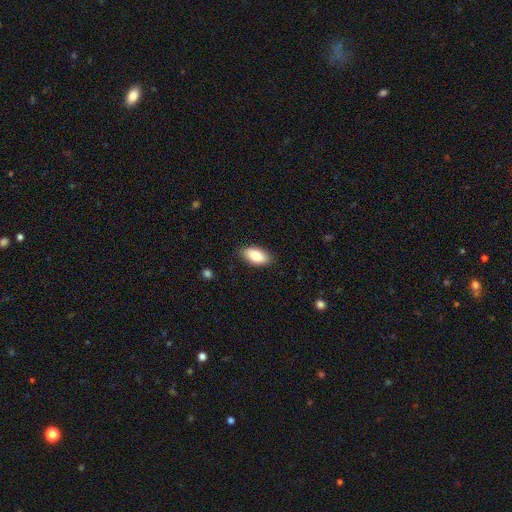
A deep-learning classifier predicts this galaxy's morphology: smooth 83%, featured or disk 10%, star or artifact 6%. Down the decision tree: how rounded — in between (92%); merging — none (87%).